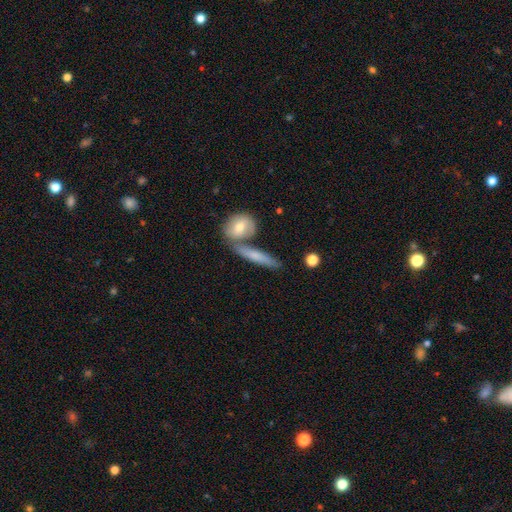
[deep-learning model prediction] Smooth or featured: smooth — 64% (featured or disk — 30%)
How rounded: cigar-shaped — 78% (in between — 16%)
Merging: none — 60% (merger — 25%)